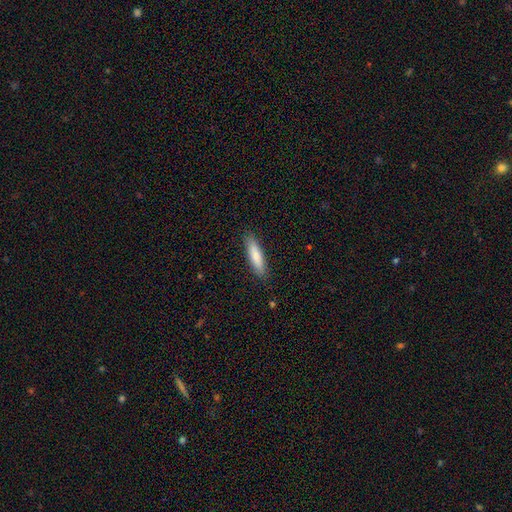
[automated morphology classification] Smooth or featured?
  - smooth: 82% *
  - featured or disk: 13%
  - star or artifact: 6%
How rounded?
  - cigar-shaped: 74% *
  - in between: 25%
  - round: 1%
Merging?
  - none: 88% *
  - minor disturbance: 9%
  - major disturbance: 2%
  - merger: 1%